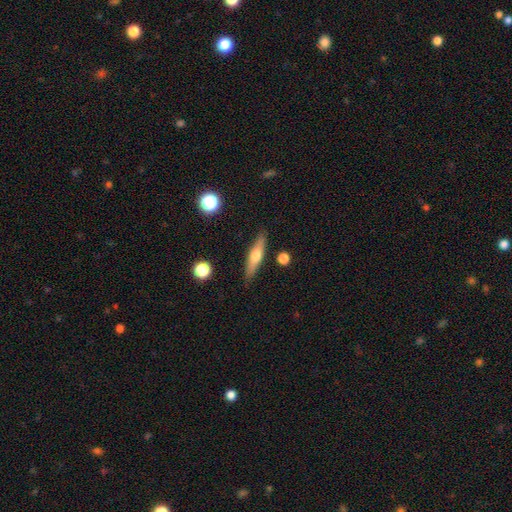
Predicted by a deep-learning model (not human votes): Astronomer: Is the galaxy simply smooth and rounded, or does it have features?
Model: smooth — 47%, tied with featured or disk at 47%.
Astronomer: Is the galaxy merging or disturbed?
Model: none — 87%.